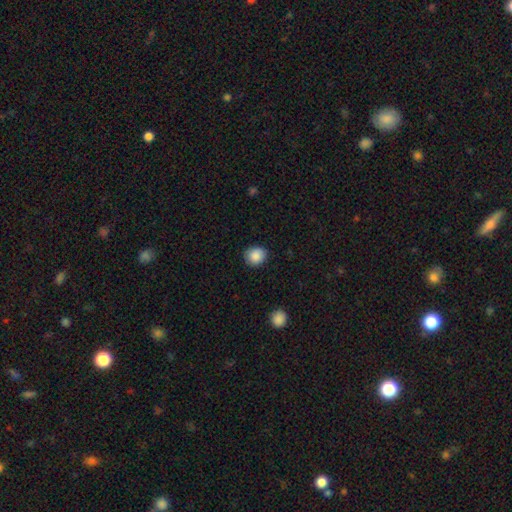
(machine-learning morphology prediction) The model was most divided on "how rounded": round: 82%, in between: 17%, cigar-shaped: 1%. More confident: smooth or featured — smooth (88%); merging — none (87%).